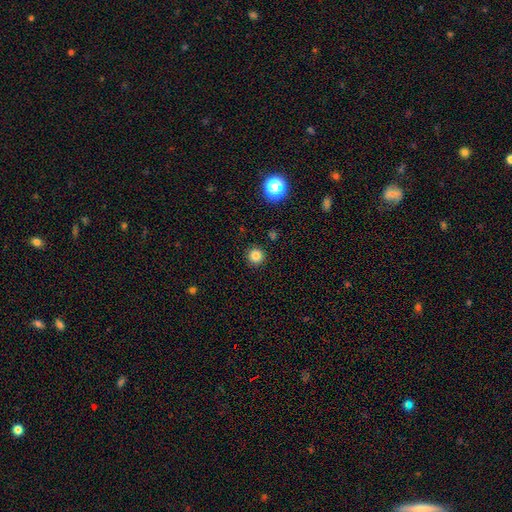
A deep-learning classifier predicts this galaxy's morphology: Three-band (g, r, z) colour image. It shows a smooth galaxy with no disk features (83%) that is round (95%). Merging: none (91%).